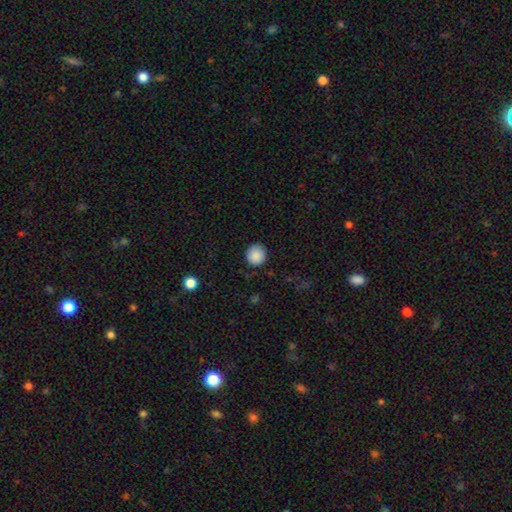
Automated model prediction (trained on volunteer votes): Q: Smooth or featured?
A: smooth (88%); runner-up: star or artifact (8%)
Q: How rounded?
A: round (92%); runner-up: in between (7%)
Q: Merging?
A: none (87%); runner-up: minor disturbance (9%)